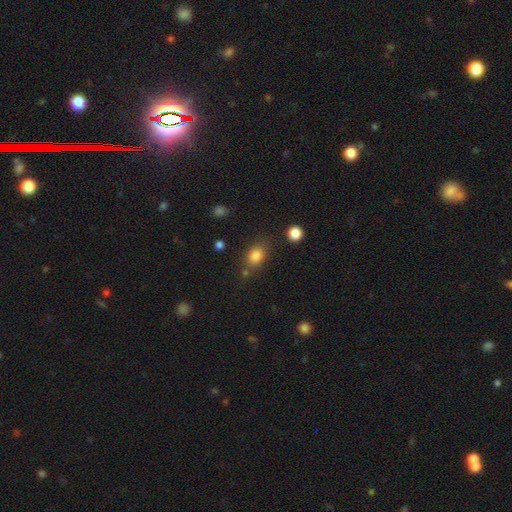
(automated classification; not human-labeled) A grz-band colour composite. It shows a smooth galaxy with no disk features (82%) that is in between round and cigar-shaped (61%). Merging: none (70%).